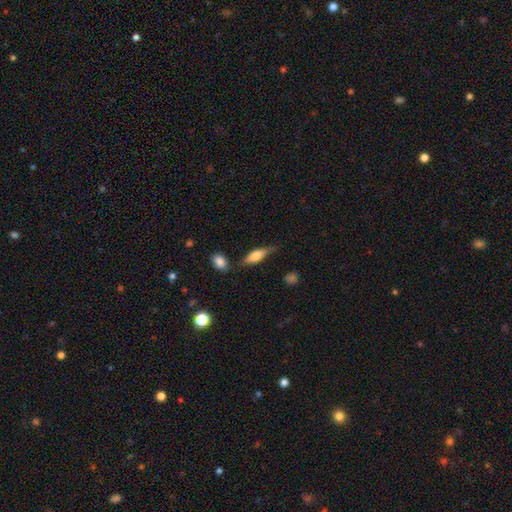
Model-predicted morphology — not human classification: Overall: smooth (57%; featured or disk 36%). How rounded: in between (52%; cigar-shaped 45%). Merging: none (65%).